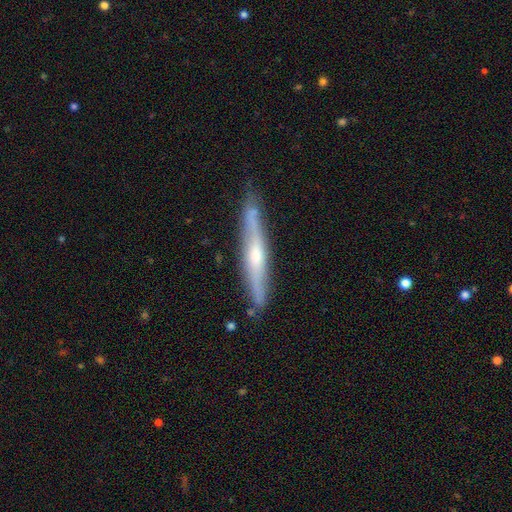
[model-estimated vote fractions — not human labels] This is likely a featured or disk galaxy (70%). It is clearly viewed edge-on (90%). Edge-on bulge: likely rounded (68%). Merging: likely none (79%).